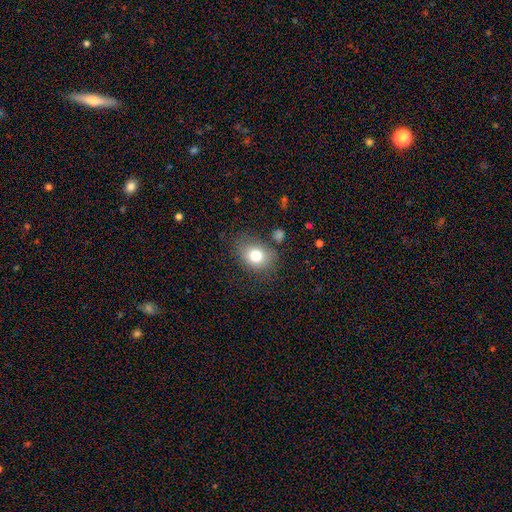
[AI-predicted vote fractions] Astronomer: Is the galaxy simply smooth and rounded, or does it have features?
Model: smooth — 78%.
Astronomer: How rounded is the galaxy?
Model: in between — 55% (runner-up: round, 44%).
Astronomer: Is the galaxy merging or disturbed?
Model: none — 72%.